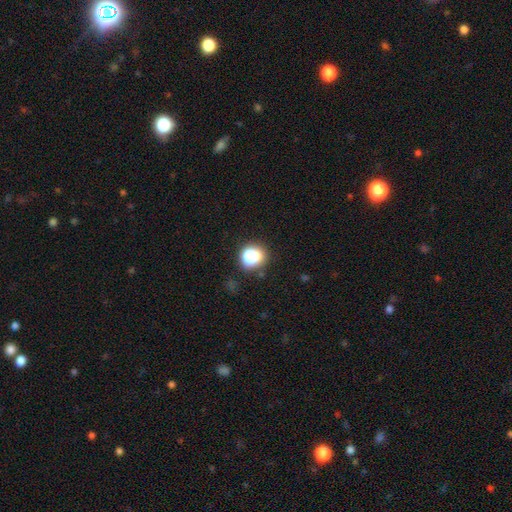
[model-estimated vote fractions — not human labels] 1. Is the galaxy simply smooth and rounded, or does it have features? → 69% smooth, 22% star or artifact, 9% featured or disk.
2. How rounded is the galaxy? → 80% round, 18% in between, 1% cigar-shaped.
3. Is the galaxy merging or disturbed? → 73% none, 13% minor disturbance, 9% merger, 6% major disturbance.